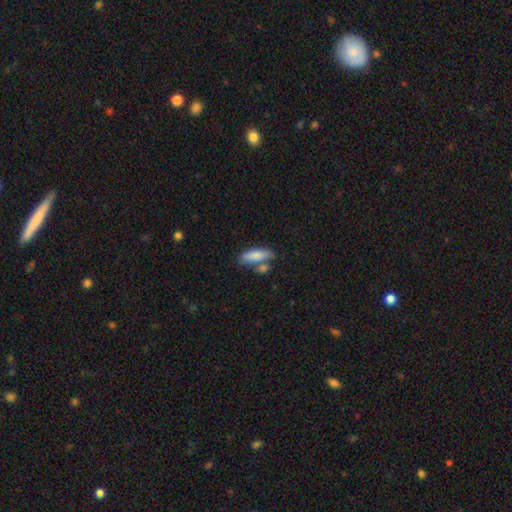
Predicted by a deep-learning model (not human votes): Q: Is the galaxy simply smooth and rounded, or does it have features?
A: smooth — 83%.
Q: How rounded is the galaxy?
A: in between — 63%.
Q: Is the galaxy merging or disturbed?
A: none — 57%.